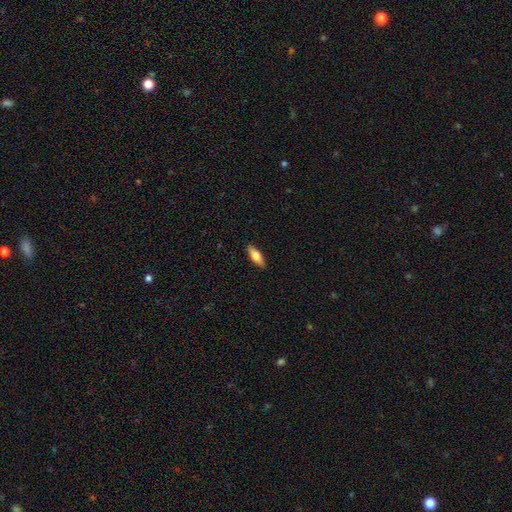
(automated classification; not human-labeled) Smooth or featured? smooth (71%)
How rounded? in between (64%)
Merging? none (89%)